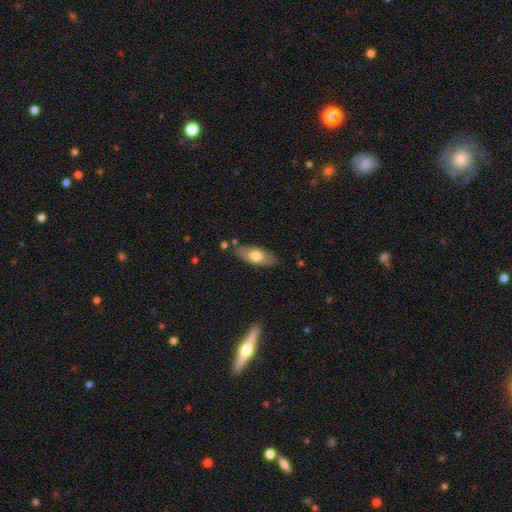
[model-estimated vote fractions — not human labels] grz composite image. It shows a smooth galaxy with no disk features (65%) that is in between round and cigar-shaped (80%). Merging: none (81%).